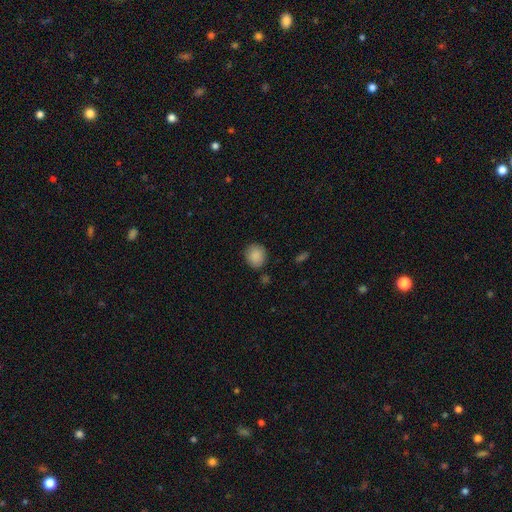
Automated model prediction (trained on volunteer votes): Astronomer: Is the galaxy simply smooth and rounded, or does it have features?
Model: smooth — 88%.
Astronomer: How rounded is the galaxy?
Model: round — 76%.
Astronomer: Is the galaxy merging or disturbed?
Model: none — 82%.